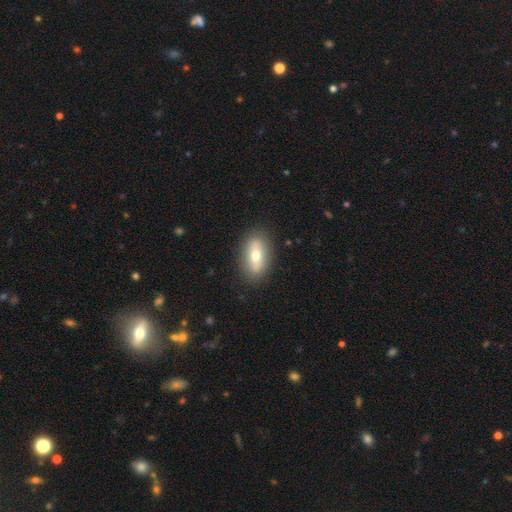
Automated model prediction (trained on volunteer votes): smooth 64%, featured or disk 29%, star or artifact 7%. Down the decision tree: how rounded — in between (85%); merging — none (86%).